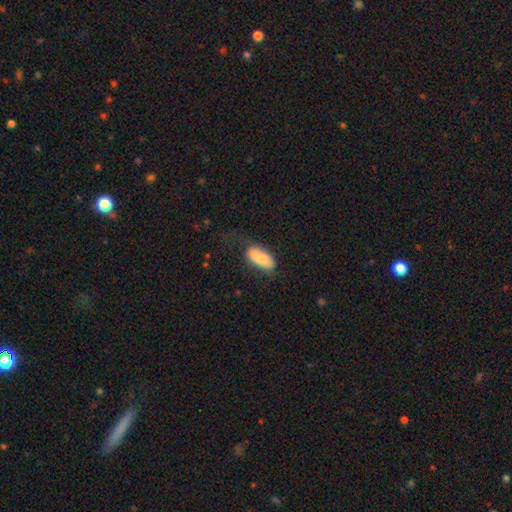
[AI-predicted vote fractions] Smooth or featured? smooth (76%)
How rounded? in between (84%)
Merging? none (46%)